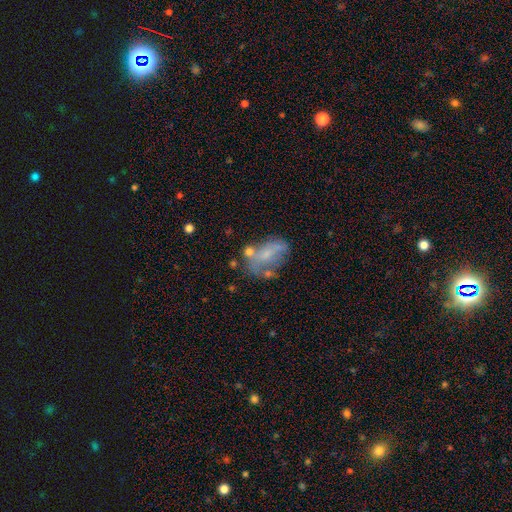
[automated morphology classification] The model was most divided on "smooth or featured": smooth: 45%, featured or disk: 44%, star or artifact: 11%. Remaining: merging — none (34%).